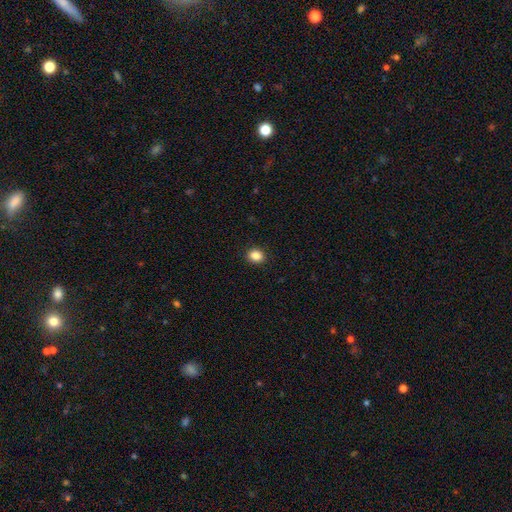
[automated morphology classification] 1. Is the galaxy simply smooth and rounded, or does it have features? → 87% smooth, 10% star or artifact, 3% featured or disk.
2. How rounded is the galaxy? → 56% round, 43% in between, 1% cigar-shaped.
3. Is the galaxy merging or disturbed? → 91% none, 6% minor disturbance, 2% major disturbance, 1% merger.